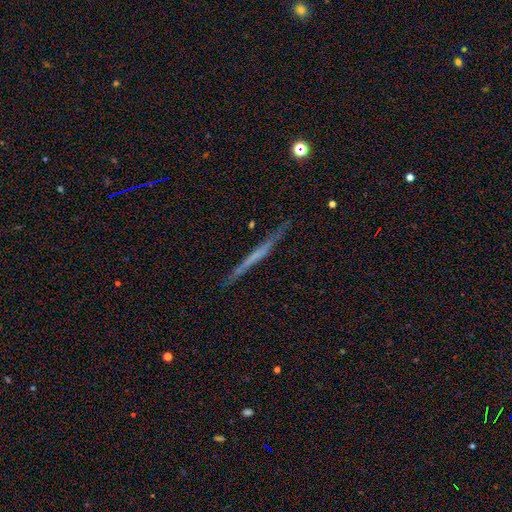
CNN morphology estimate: Smooth or featured: featured or disk — 56% (smooth — 38%)
Edge-on disk: yes — 96% (no — 4%)
Edge-on bulge: none — 88% (rounded — 7%)
Merging: none — 88% (minor disturbance — 9%)